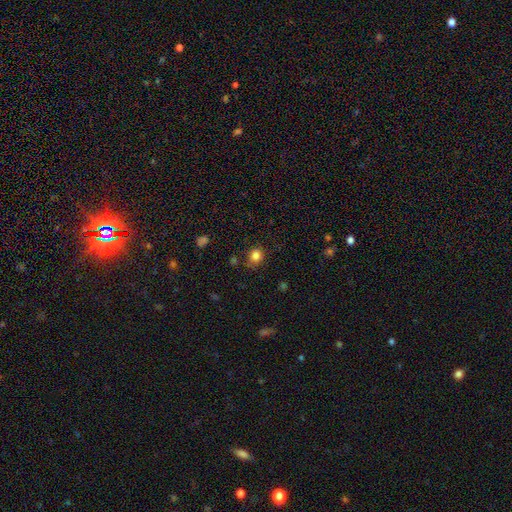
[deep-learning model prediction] smooth 83%, star or artifact 12%, featured or disk 5%. Down the decision tree: how rounded — round (75%); merging — none (78%).